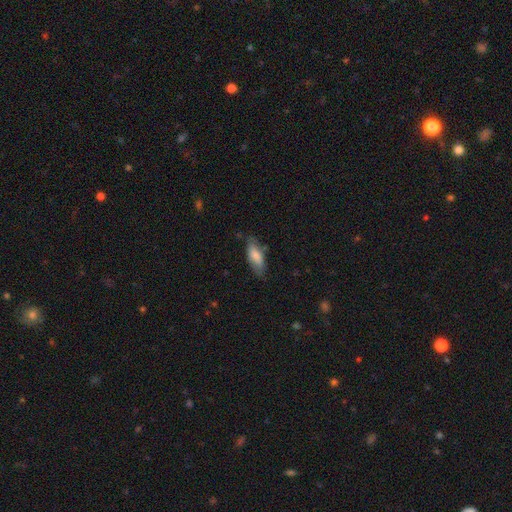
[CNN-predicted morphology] smooth 75%, featured or disk 19%, star or artifact 6%. Down the decision tree: how rounded — in between (70%); merging — none (71%).